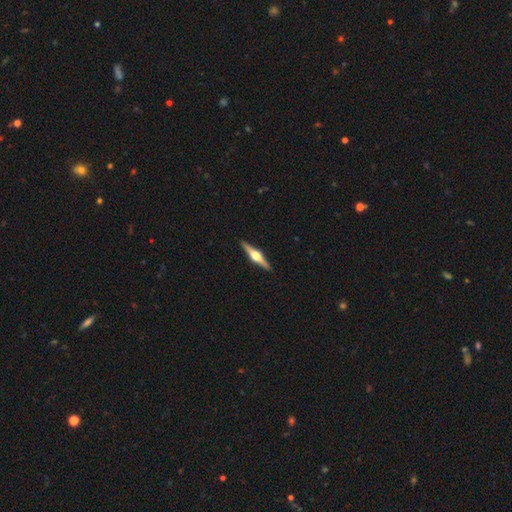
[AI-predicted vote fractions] A featured or disk galaxy (79%) viewed edge-on (98%) with a rounded central bulge (95%).

Vote fractions:
- Smooth or featured? featured or disk: 79% / smooth: 16% / star or artifact: 5%
- Edge-on disk? yes: 98% / no: 2%
- Edge-on bulge? rounded: 95% / boxy: 3% / none: 1%
- Merging? none: 92% / minor disturbance: 6% / major disturbance: 1% / merger: 1%